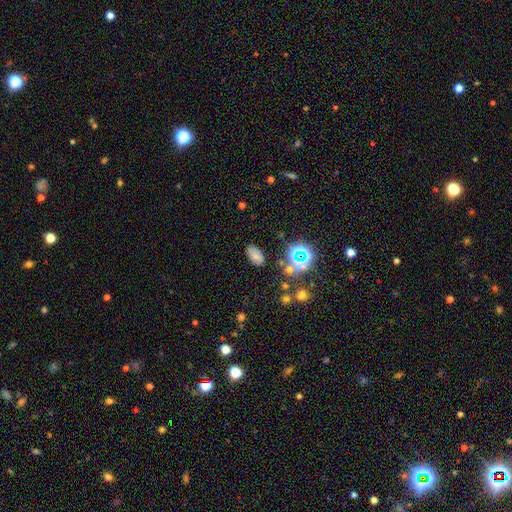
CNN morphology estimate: A smooth galaxy with no disk features (66%) that is in between round and cigar-shaped (91%).

Vote fractions:
- Smooth or featured? smooth: 66% / star or artifact: 22% / featured or disk: 12%
- How rounded? in between: 91% / round: 7% / cigar-shaped: 2%
- Merging? none: 78% / minor disturbance: 14% / major disturbance: 5% / merger: 3%